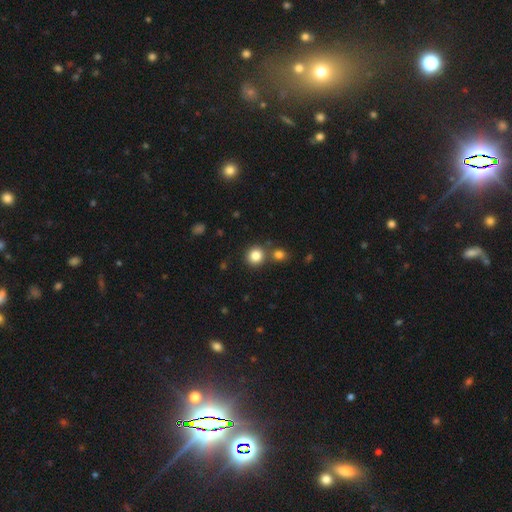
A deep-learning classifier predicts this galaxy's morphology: Overall: smooth (84%). How rounded: round (89%). Merging: none (73%).